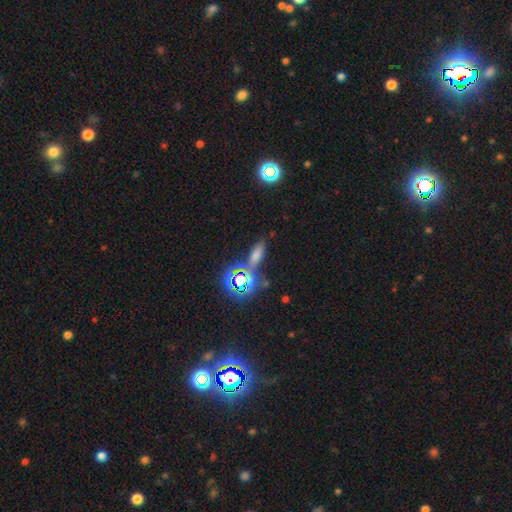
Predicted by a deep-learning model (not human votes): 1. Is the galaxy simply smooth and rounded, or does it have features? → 55% smooth, 34% star or artifact, 11% featured or disk.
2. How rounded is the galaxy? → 53% in between, 39% cigar-shaped, 8% round.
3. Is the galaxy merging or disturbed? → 69% none, 14% minor disturbance, 11% merger, 6% major disturbance.